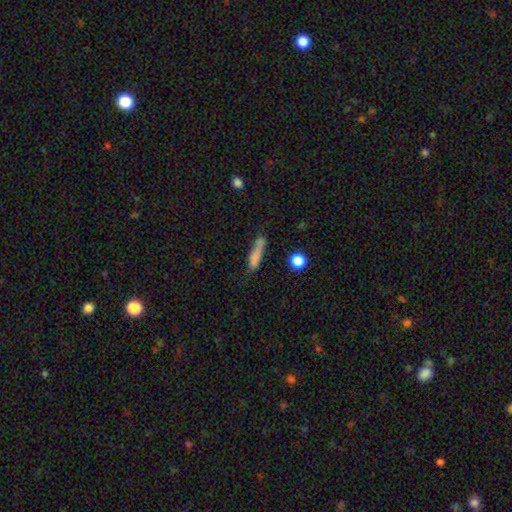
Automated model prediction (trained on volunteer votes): A smooth galaxy with no disk features (76%) that is cigar-shaped (77%). Merging: none (57%).